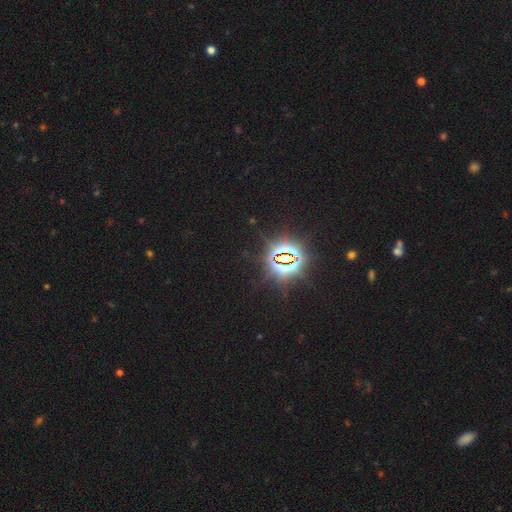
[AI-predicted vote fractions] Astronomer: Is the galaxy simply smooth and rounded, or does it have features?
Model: star or artifact — 85%.